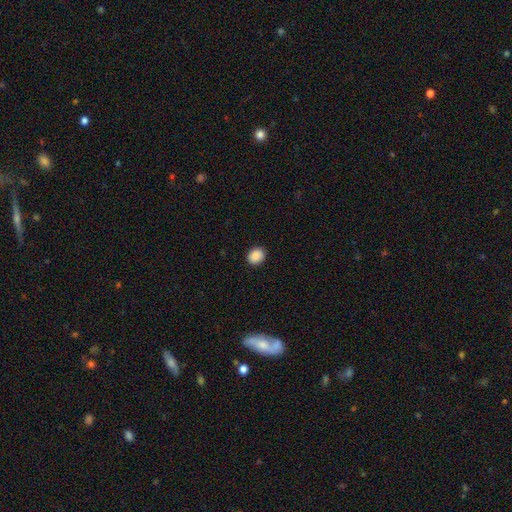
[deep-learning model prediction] smooth-or-featured: smooth: 89% | star or artifact: 8% | featured or disk: 3%
  how-rounded: round: 59% | in between: 40% | cigar-shaped: 1%
  merging: none: 90% | minor disturbance: 7% | major disturbance: 2% | merger: 1%